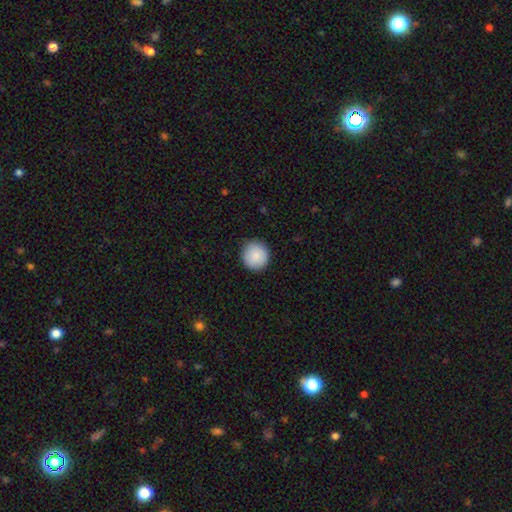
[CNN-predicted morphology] Smooth or featured? smooth (89%)
How rounded? round (94%)
Merging? none (88%)